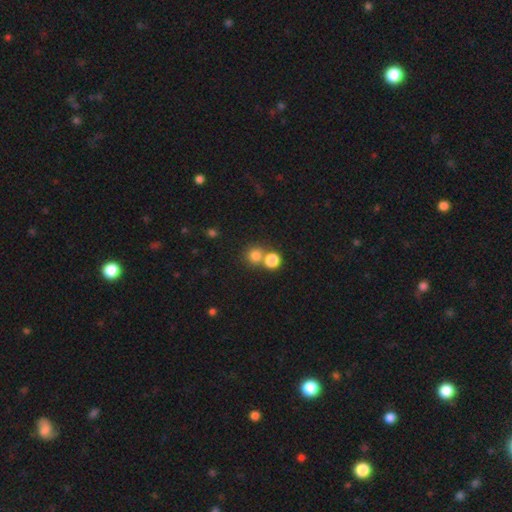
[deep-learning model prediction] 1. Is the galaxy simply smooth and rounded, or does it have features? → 78% smooth, 15% star or artifact, 7% featured or disk.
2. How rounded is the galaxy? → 89% round, 10% in between, 1% cigar-shaped.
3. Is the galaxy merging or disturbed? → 57% none, 34% merger, 6% minor disturbance, 3% major disturbance.